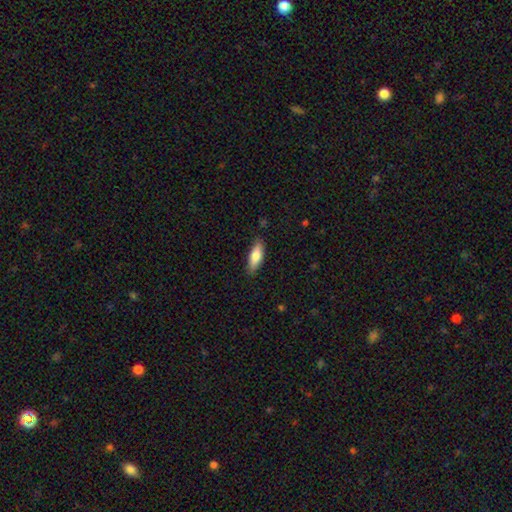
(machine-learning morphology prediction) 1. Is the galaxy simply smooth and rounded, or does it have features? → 78% smooth, 16% featured or disk, 6% star or artifact.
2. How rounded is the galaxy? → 62% in between, 36% cigar-shaped, 2% round.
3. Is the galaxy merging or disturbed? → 85% none, 12% minor disturbance, 2% major disturbance, 1% merger.